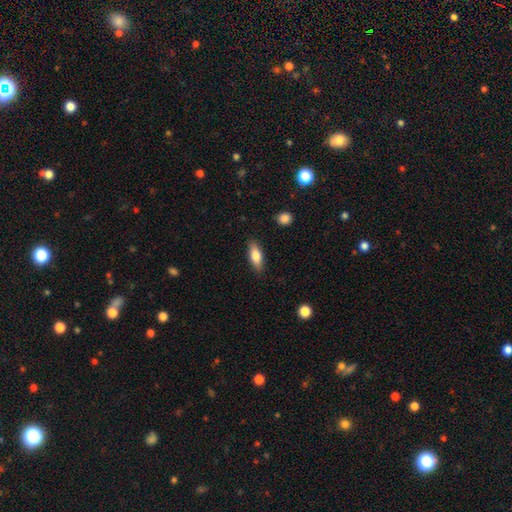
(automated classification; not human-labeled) Morphology: type=smooth (78%); roundness=in between (72%); merging=none (86%).